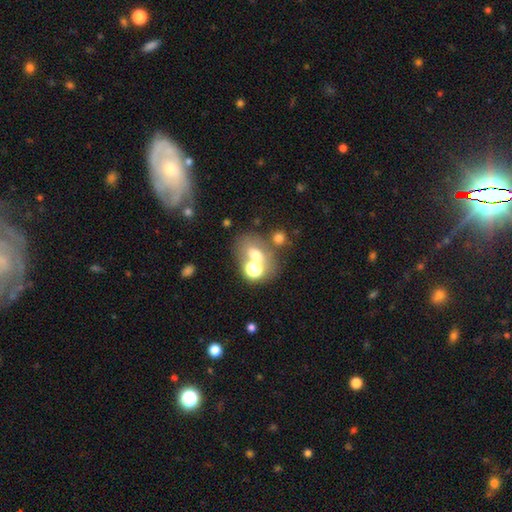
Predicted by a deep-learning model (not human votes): Smooth or featured: smooth — 58% (star or artifact — 22%)
How rounded: in between — 51% (round — 47%)
Merging: none — 45% (merger — 34%)